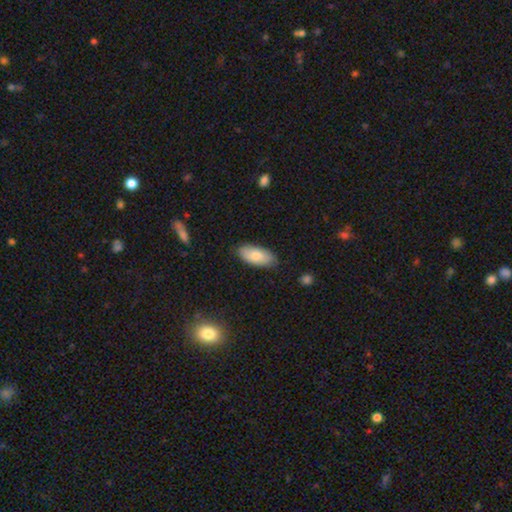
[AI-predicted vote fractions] smooth-or-featured: smooth: 80% | featured or disk: 14% | star or artifact: 6%
  how-rounded: in between: 91% | cigar-shaped: 7% | round: 2%
  merging: none: 83% | minor disturbance: 14% | major disturbance: 2% | merger: 1%